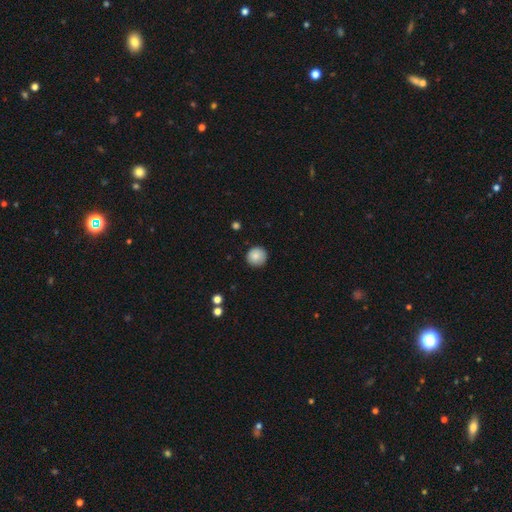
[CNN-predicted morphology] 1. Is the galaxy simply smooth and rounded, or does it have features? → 86% smooth, 8% star or artifact, 6% featured or disk.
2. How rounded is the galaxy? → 94% round, 5% in between, 1% cigar-shaped.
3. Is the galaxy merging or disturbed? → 88% none, 9% minor disturbance, 2% major disturbance, 1% merger.